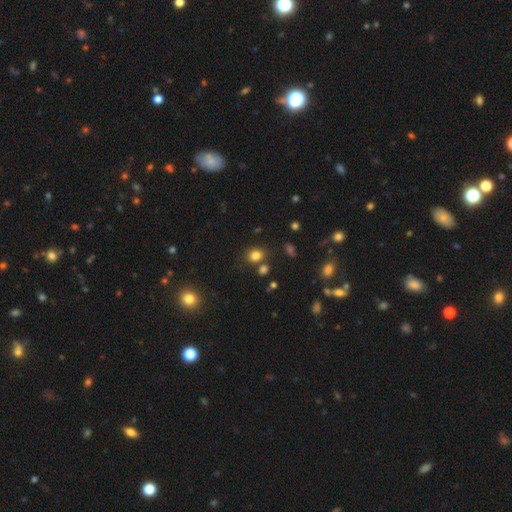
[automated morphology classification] Smooth or featured: smooth — 80% (star or artifact — 14%)
How rounded: round — 50% (in between — 49%)
Merging: none — 72% (minor disturbance — 12%)